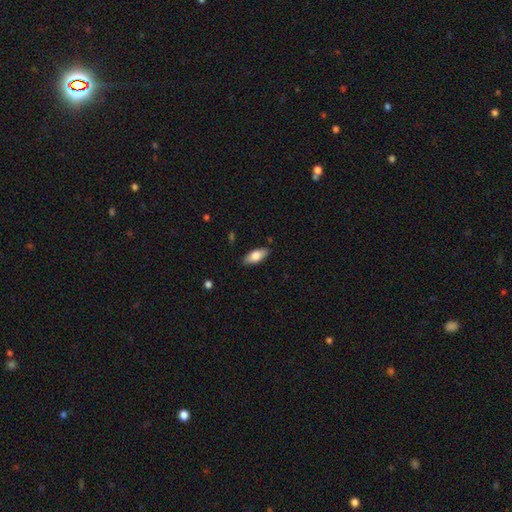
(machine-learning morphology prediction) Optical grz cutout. It shows a smooth galaxy with no disk features (76%) that is in between round and cigar-shaped (82%). Merging: none (85%).